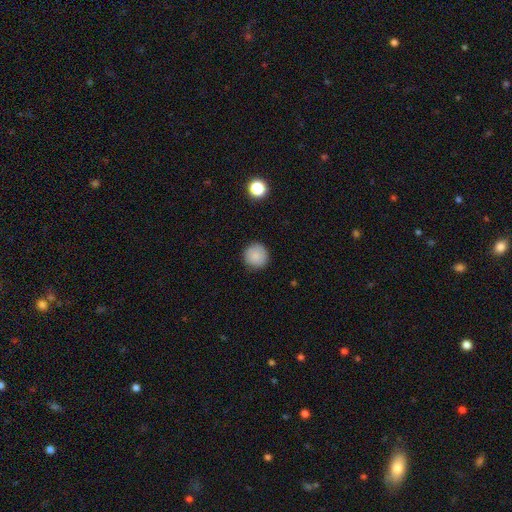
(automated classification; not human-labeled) This appears to be a smooth galaxy with no disk features (85%) that is round (95%). Merging: none (90%).